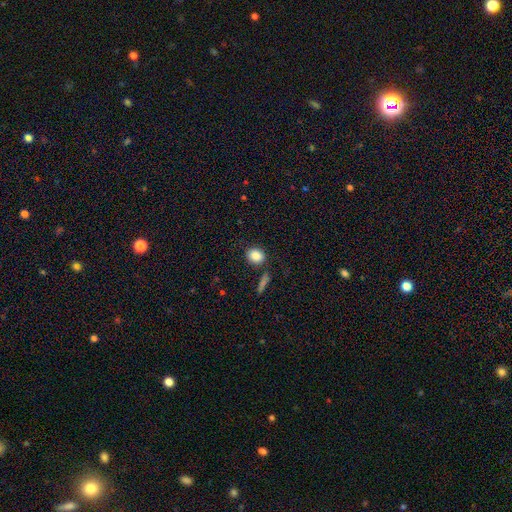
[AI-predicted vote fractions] Smooth or featured? smooth (86%)
How rounded? round (55%)
Merging? none (79%)